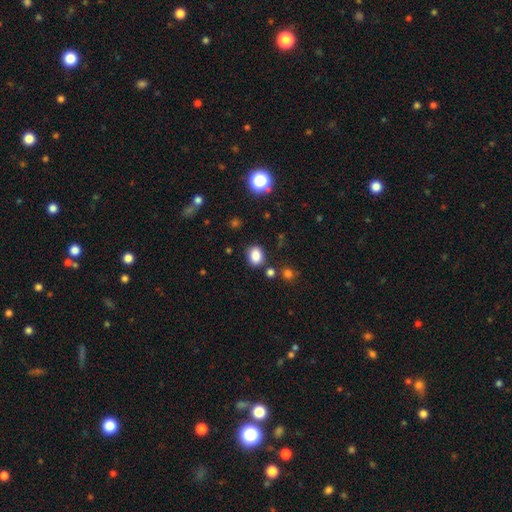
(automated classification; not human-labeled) Overall: smooth (84%). How rounded: in between (59%; round 40%). Merging: none (81%).